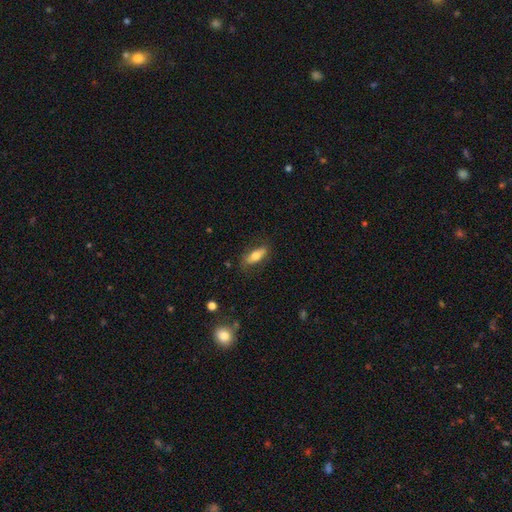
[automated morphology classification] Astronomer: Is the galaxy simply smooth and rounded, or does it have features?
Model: smooth — 64%.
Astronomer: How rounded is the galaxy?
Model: in between — 59% (runner-up: cigar-shaped, 38%).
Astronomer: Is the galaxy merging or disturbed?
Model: none — 77%.